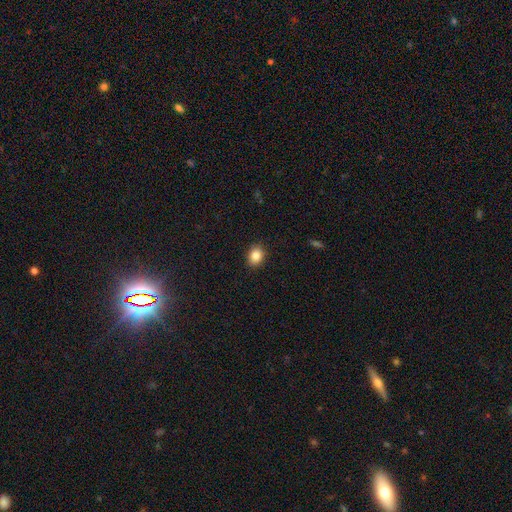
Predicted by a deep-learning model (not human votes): smooth_or_featured: smooth (p=0.86) [alt: star or artifact p=0.09]
how_rounded: in between (p=0.52) [alt: round p=0.47]
merging: none (p=0.89) [alt: minor disturbance p=0.08]